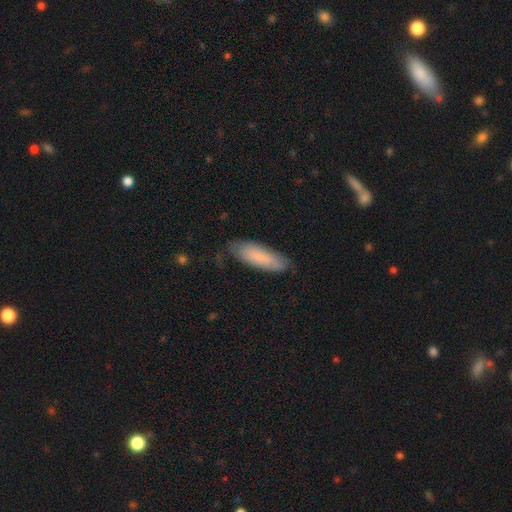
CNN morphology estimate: Q: Smooth or featured?
A: smooth (75%); runner-up: featured or disk (19%)
Q: How rounded?
A: in between (55%); runner-up: cigar-shaped (44%)
Q: Merging?
A: none (73%); runner-up: minor disturbance (21%)